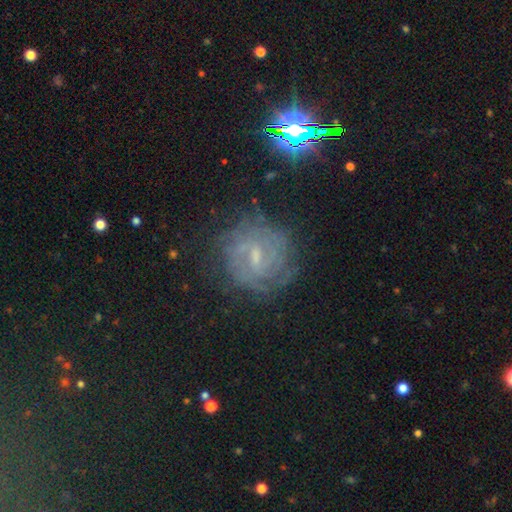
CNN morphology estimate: type=featured or disk (69%); edge-on=no (96%); bar=weak (59%); spiral arms=yes (85%); winding=tight (64%); arm count=can't tell (50%); bulge=small (54%); merging=none (75%).